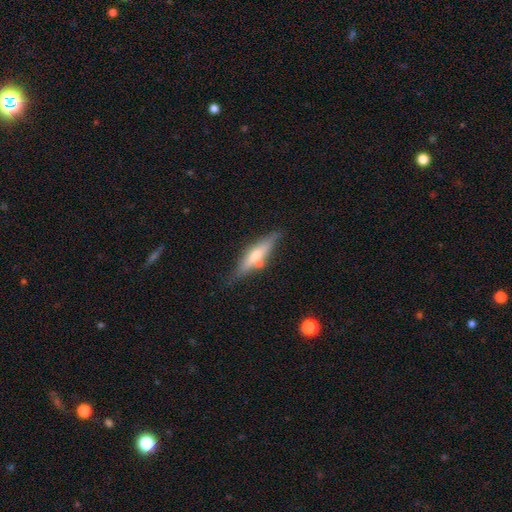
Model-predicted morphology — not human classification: Smooth or featured: featured or disk — 56% (smooth — 38%)
Edge-on disk: yes — 90% (no — 10%)
Edge-on bulge: rounded — 81% (none — 11%)
Merging: none — 73% (minor disturbance — 15%)